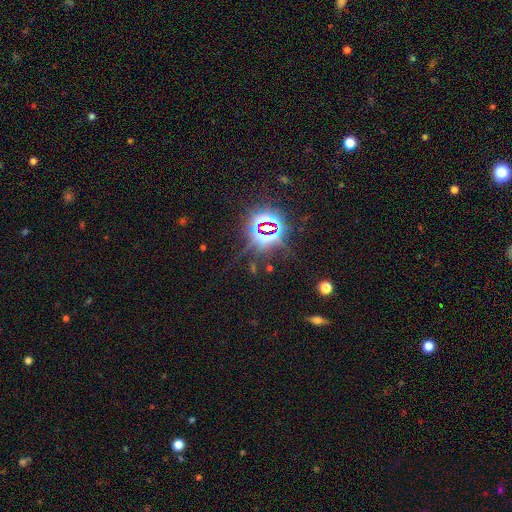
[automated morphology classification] Smooth or featured?
  - star or artifact: 82% *
  - smooth: 12%
  - featured or disk: 7%